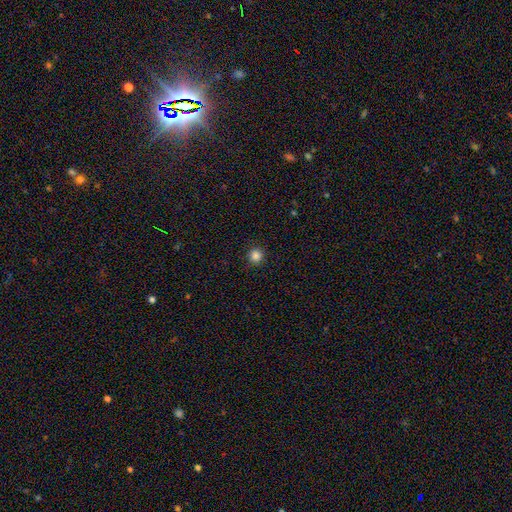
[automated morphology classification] Smooth or featured: smooth — 85% (star or artifact — 12%)
How rounded: round — 95% (in between — 4%)
Merging: none — 92% (minor disturbance — 5%)